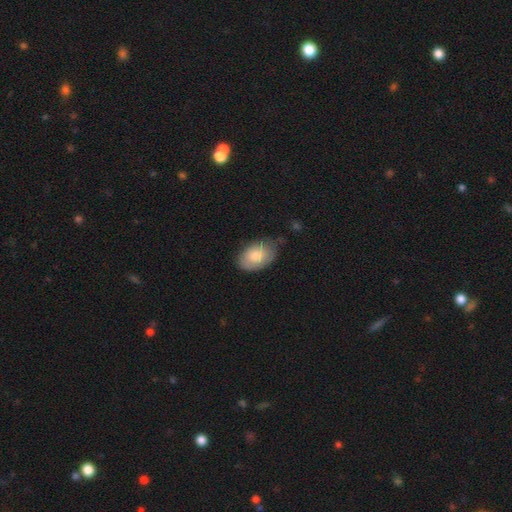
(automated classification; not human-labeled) Smooth or featured: smooth — 76% (featured or disk — 18%)
How rounded: in between — 89% (round — 9%)
Merging: none — 61% (minor disturbance — 30%)